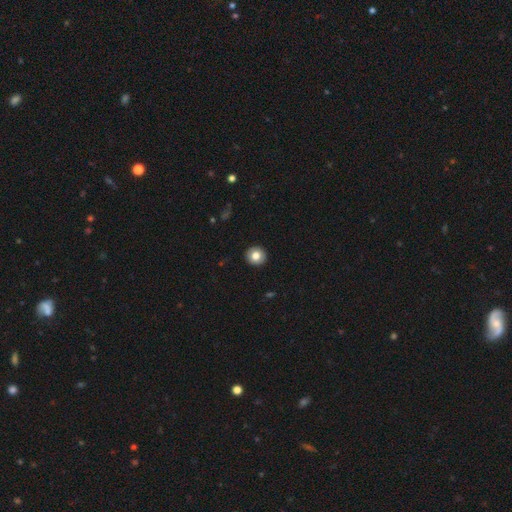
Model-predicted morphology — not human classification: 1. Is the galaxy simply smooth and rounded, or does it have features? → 80% smooth, 12% featured or disk, 8% star or artifact.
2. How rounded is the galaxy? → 93% round, 6% in between, 1% cigar-shaped.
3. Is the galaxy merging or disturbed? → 92% none, 5% minor disturbance, 1% major disturbance, 1% merger.